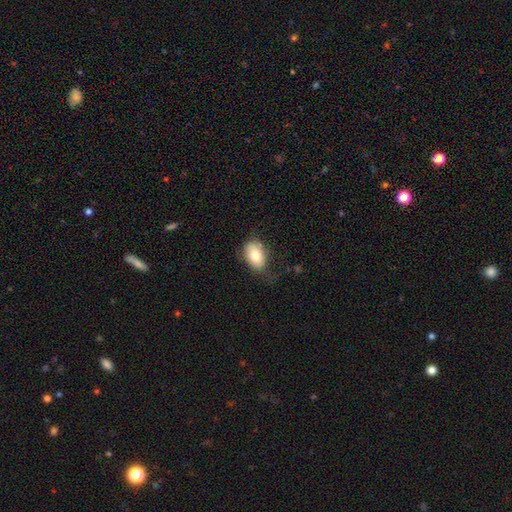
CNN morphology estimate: Smooth or featured? smooth (80%)
How rounded? in between (87%)
Merging? none (64%)